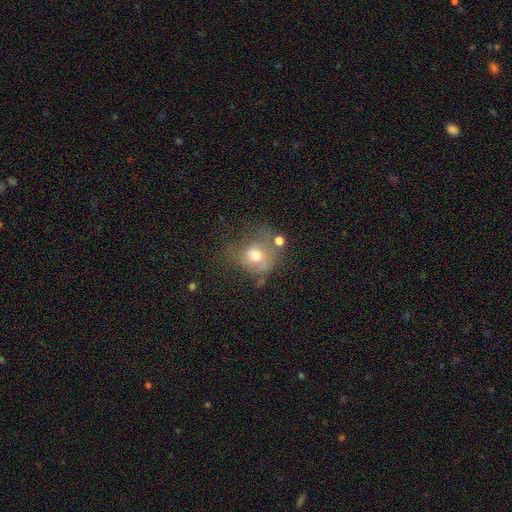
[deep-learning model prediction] Morphology: type=smooth (63%); roundness=round (70%); merging=none (35%).